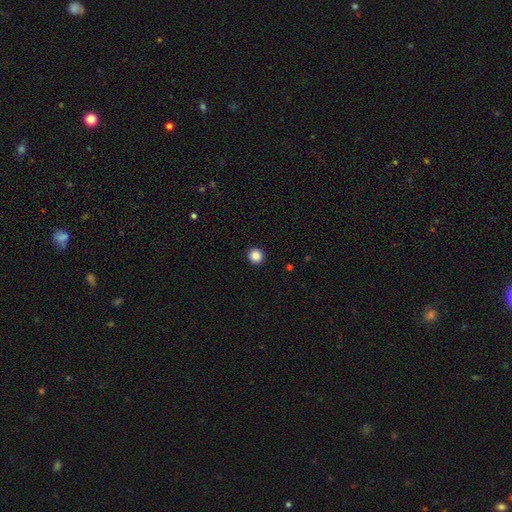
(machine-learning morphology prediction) Overall: smooth (87%). How rounded: round (95%). Merging: none (94%).